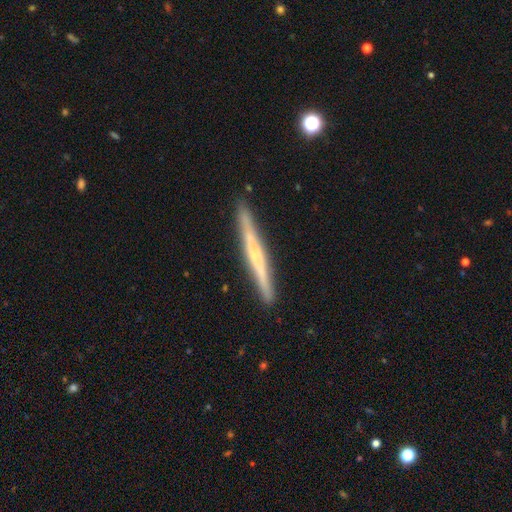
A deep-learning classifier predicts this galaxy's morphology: Smooth or featured: featured or disk — 61% (smooth — 33%)
Edge-on disk: yes — 97% (no — 3%)
Edge-on bulge: none — 55% (rounded — 35%)
Merging: none — 90% (minor disturbance — 7%)